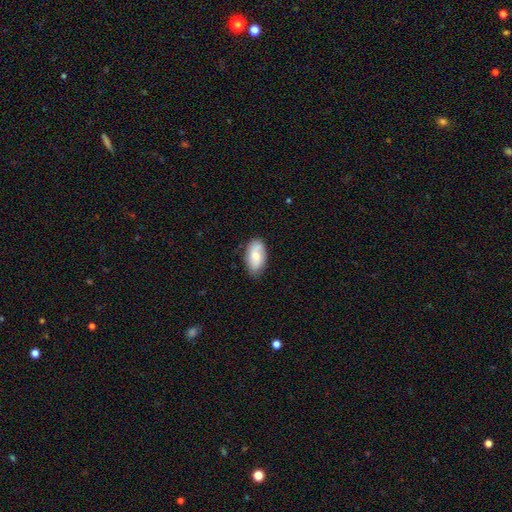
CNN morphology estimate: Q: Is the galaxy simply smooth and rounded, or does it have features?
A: smooth — 66%.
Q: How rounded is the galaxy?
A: in between — 93%.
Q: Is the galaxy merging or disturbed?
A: none — 76%.